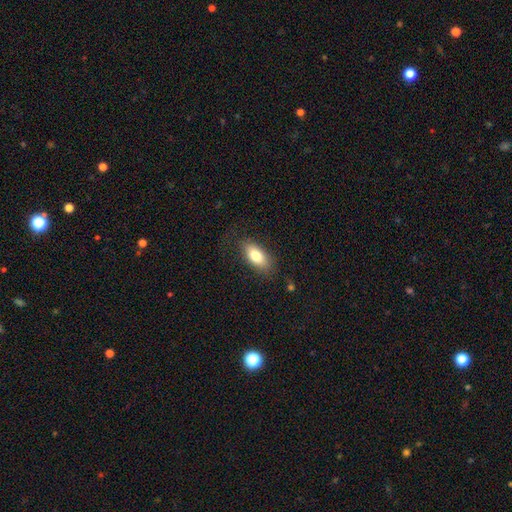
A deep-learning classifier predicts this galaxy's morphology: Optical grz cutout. It shows a smooth galaxy with no disk features (79%) that is in between round and cigar-shaped (87%). Merging: none (80%).